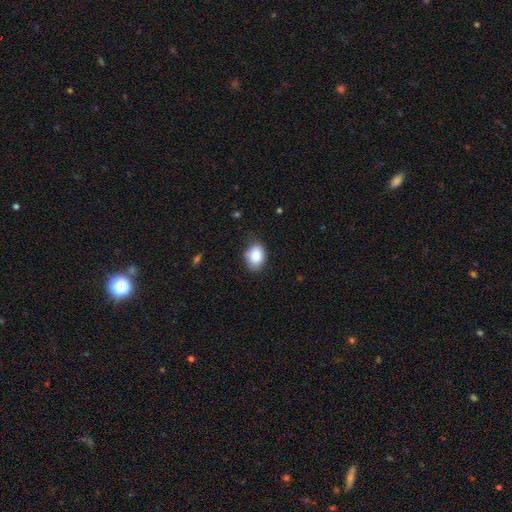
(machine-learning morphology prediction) Smooth or featured? smooth (86%)
How rounded? in between (68%)
Merging? none (69%)